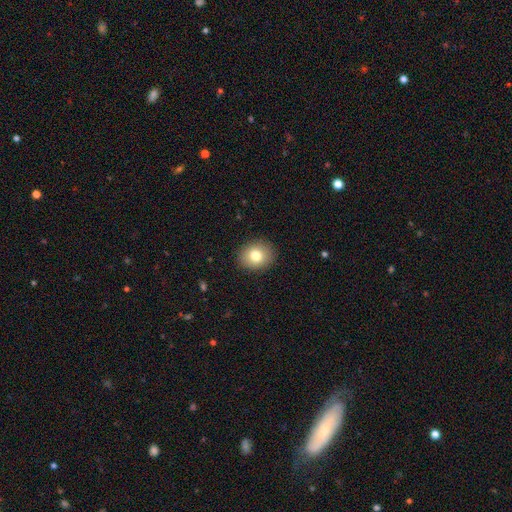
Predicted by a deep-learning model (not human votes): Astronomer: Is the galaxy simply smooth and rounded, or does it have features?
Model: smooth — 80%.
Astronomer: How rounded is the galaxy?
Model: round — 65%.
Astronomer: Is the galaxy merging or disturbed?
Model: none — 90%.